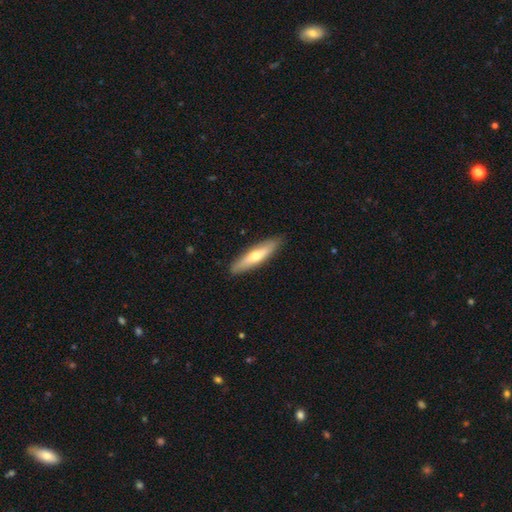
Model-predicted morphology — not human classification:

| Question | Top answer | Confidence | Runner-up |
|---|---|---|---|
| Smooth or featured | smooth | 53% | featured or disk (42%) |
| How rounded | cigar-shaped | 82% | in between (17%) |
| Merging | none | 90% | minor disturbance (8%) |